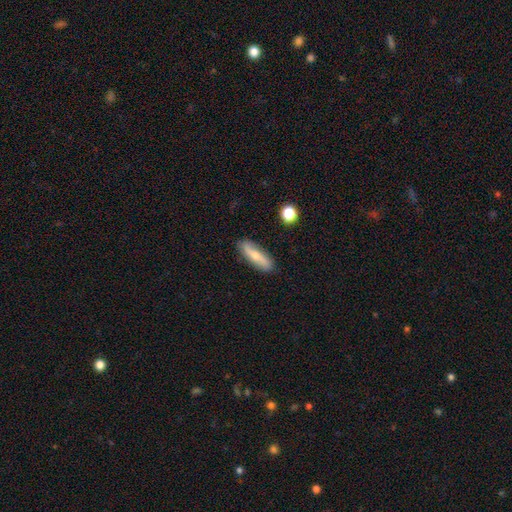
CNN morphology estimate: This appears to be a smooth galaxy with no disk features (56%) that is cigar-shaped (57%). Merging: none (84%).